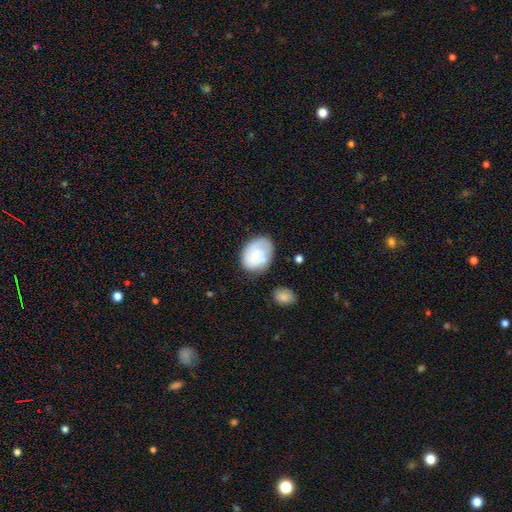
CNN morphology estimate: This is possibly a featured or disk galaxy (48%). Merging: likely none (66%).